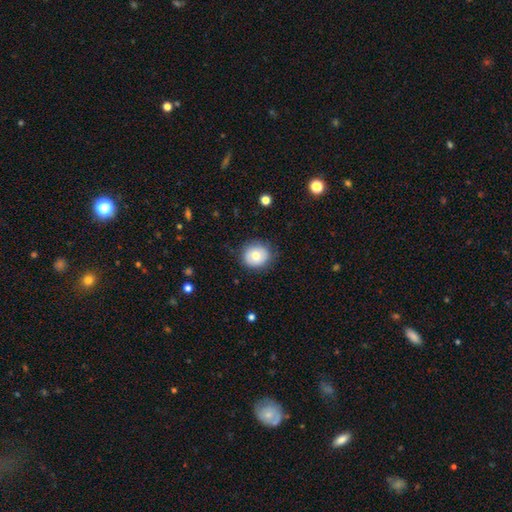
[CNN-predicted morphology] A smooth galaxy with no disk features (70%) that is round (82%).

Vote fractions:
- Smooth or featured? smooth: 70% / featured or disk: 21% / star or artifact: 9%
- How rounded? round: 82% / in between: 17% / cigar-shaped: 1%
- Merging? none: 82% / minor disturbance: 13% / major disturbance: 4% / merger: 1%